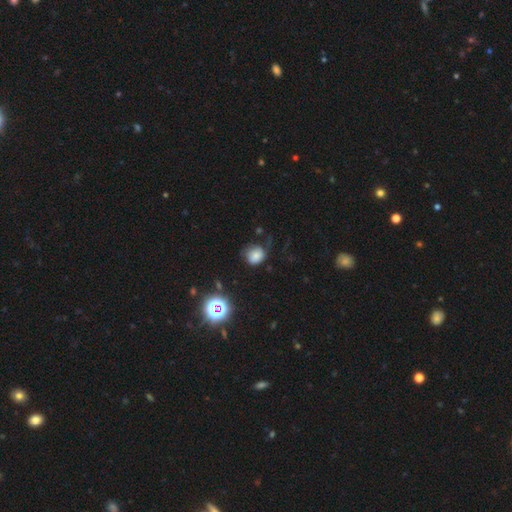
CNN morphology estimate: Smooth or featured: smooth — 66% (featured or disk — 19%)
How rounded: round — 76% (in between — 23%)
Merging: none — 44% (minor disturbance — 30%)